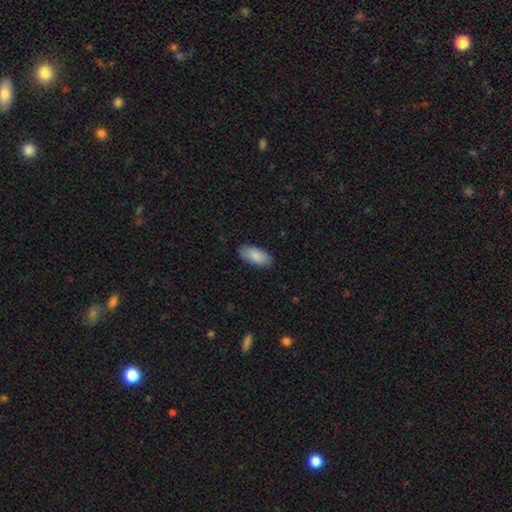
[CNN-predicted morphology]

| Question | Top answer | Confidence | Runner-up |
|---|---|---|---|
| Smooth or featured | smooth | 87% | featured or disk (8%) |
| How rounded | in between | 90% | cigar-shaped (8%) |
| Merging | none | 88% | minor disturbance (9%) |